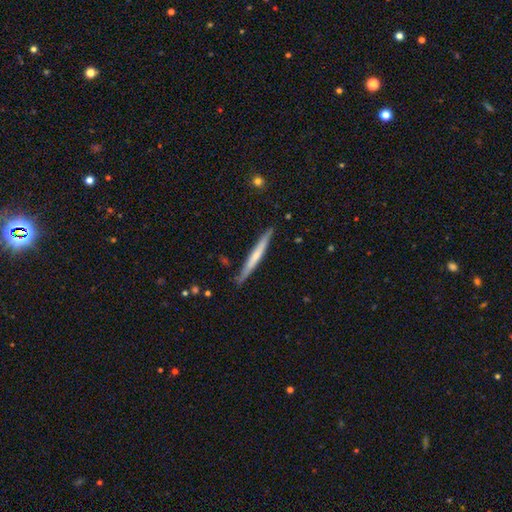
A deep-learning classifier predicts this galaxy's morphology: This appears to be a featured or disk galaxy (48%). Merging: none (87%).